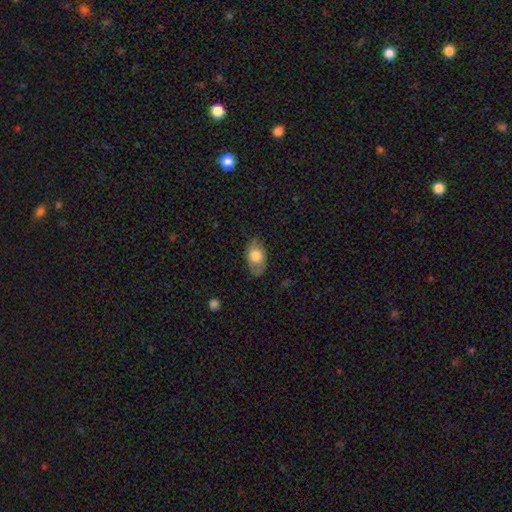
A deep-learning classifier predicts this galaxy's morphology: Q: Smooth or featured?
A: smooth (69%); runner-up: featured or disk (24%)
Q: How rounded?
A: in between (90%); runner-up: round (8%)
Q: Merging?
A: none (78%); runner-up: minor disturbance (17%)